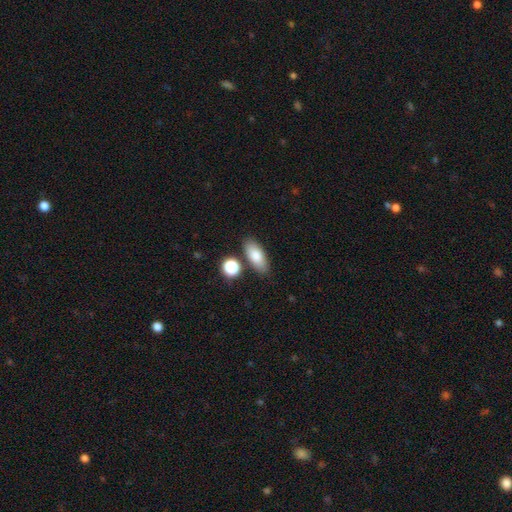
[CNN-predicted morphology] smooth-or-featured: smooth: 81% | featured or disk: 11% | star or artifact: 8%
  how-rounded: in between: 79% | cigar-shaped: 16% | round: 5%
  merging: none: 79% | minor disturbance: 11% | merger: 7% | major disturbance: 3%